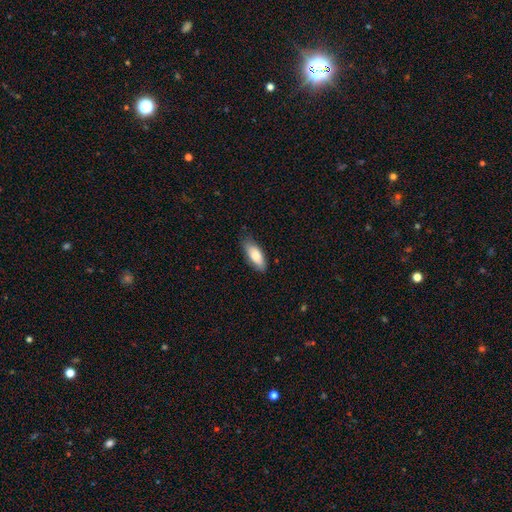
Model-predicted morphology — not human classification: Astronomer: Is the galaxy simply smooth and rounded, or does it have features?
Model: smooth — 81%.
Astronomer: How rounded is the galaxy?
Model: in between — 75%.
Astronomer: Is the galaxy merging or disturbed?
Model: none — 78%.